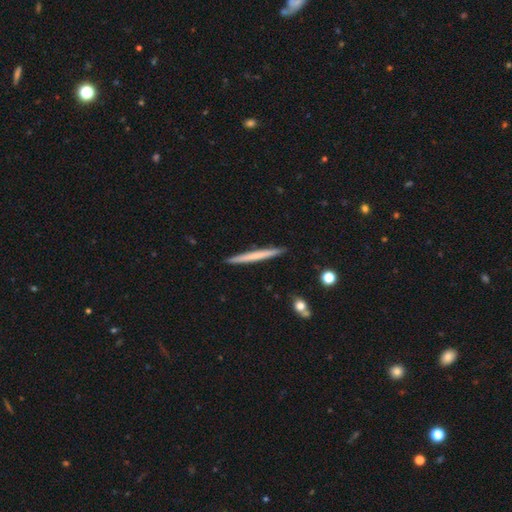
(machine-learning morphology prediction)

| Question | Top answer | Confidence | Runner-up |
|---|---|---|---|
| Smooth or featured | smooth | 58% | featured or disk (37%) |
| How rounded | cigar-shaped | 97% | in between (2%) |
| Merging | none | 92% | minor disturbance (6%) |